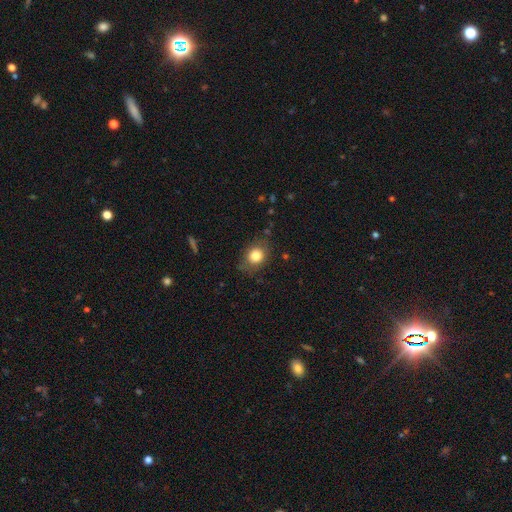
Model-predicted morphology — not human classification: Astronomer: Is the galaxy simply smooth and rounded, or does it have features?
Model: smooth — 81%.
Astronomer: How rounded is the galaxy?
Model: round — 57% (runner-up: in between, 42%).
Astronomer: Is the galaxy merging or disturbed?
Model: none — 76%.